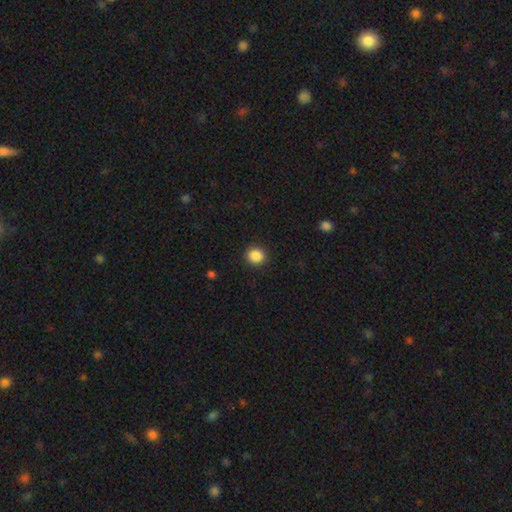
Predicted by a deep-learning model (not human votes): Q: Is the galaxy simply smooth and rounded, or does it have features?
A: smooth — 88%.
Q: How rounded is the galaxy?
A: round — 83%.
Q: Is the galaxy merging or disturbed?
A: none — 91%.